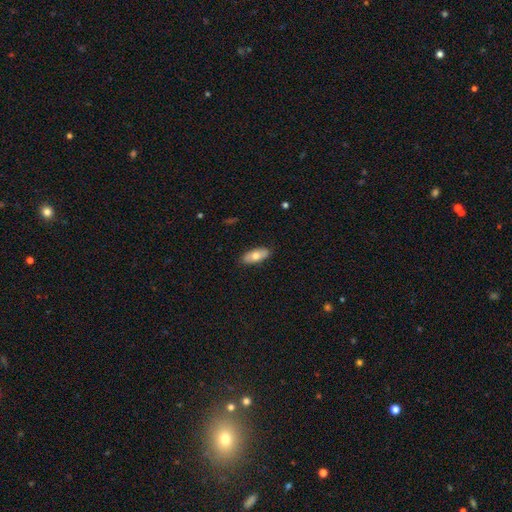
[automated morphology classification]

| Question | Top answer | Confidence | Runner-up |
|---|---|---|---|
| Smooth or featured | smooth | 68% | featured or disk (26%) |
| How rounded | in between | 86% | cigar-shaped (12%) |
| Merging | none | 86% | minor disturbance (11%) |